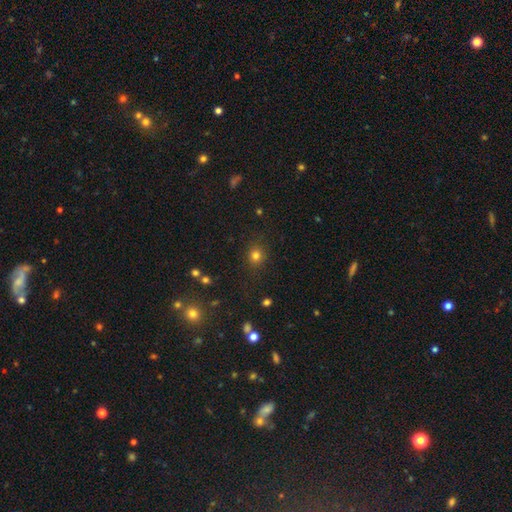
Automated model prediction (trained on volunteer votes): A smooth galaxy with no disk features (78%) that is round (84%). Merging: none (88%).